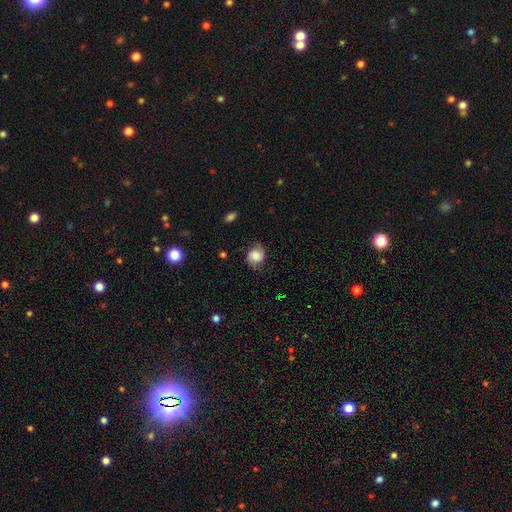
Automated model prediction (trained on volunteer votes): A featured or disk galaxy (51%). Merging: none (72%).